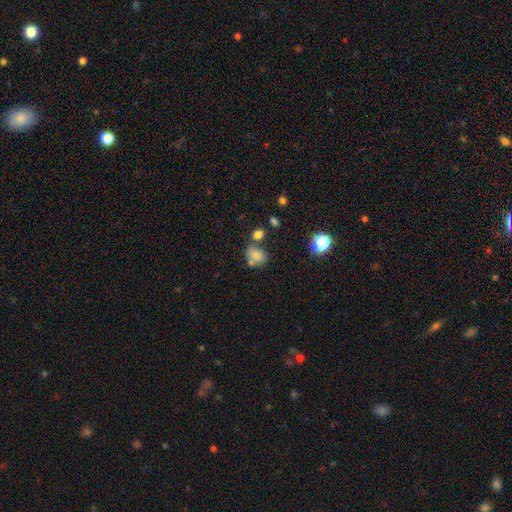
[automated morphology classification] Smooth or featured: smooth — 76% (star or artifact — 13%)
How rounded: in between — 55% (round — 44%)
Merging: none — 48% (merger — 27%)